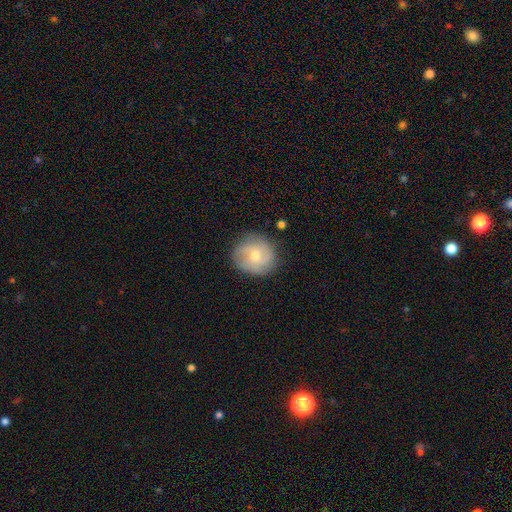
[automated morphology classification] A featured or disk galaxy (48%). Merging: none (78%).